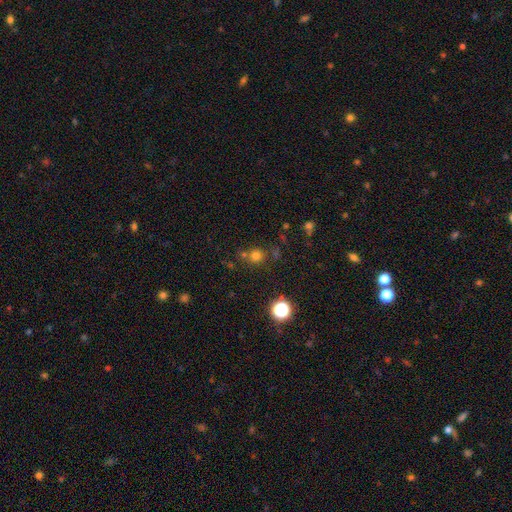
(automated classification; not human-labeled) Smooth or featured?
  - smooth: 70% *
  - star or artifact: 23%
  - featured or disk: 7%
How rounded?
  - round: 89% *
  - in between: 10%
  - cigar-shaped: 1%
Merging?
  - none: 68% *
  - merger: 18%
  - minor disturbance: 10%
  - major disturbance: 4%